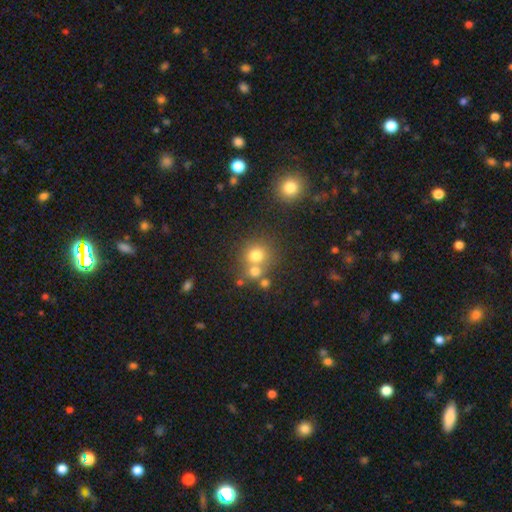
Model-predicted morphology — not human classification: Smooth or featured? Predicted: smooth (p=0.73). How rounded? Predicted: round (p=0.86). Merging? Predicted: none (p=0.54).